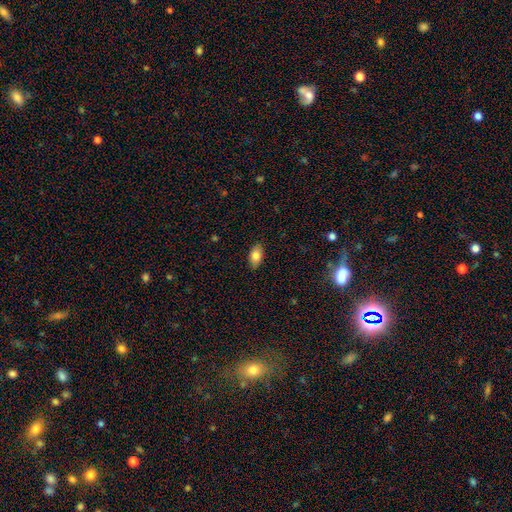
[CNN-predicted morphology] Smooth or featured? smooth (82%)
How rounded? in between (91%)
Merging? none (87%)